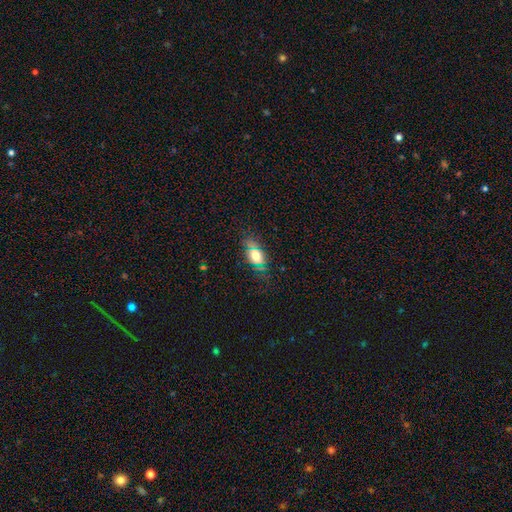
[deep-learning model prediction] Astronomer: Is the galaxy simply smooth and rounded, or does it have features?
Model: smooth — 60%.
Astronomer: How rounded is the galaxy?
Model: in between — 77%.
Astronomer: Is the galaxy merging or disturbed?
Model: none — 79%.